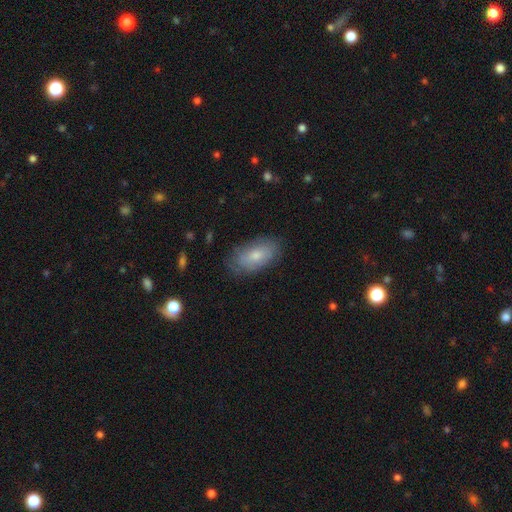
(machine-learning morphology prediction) Smooth or featured?
  - smooth: 70% *
  - featured or disk: 23%
  - star or artifact: 7%
How rounded?
  - in between: 92% *
  - round: 4%
  - cigar-shaped: 3%
Merging?
  - none: 75% *
  - minor disturbance: 19%
  - major disturbance: 5%
  - merger: 1%